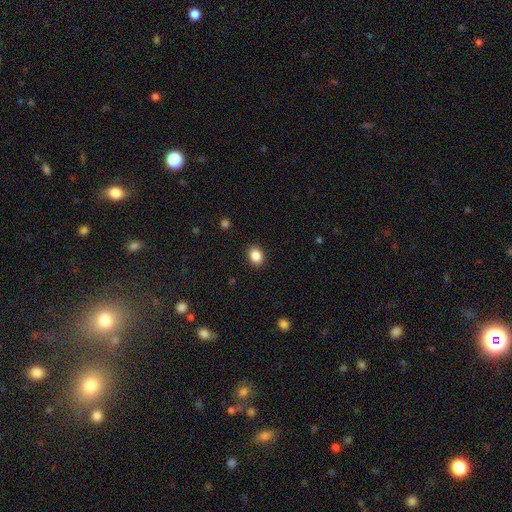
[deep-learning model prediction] Smooth or featured? Predicted: smooth (p=0.87). How rounded? Predicted: in between (p=0.61). Merging? Predicted: none (p=0.90).